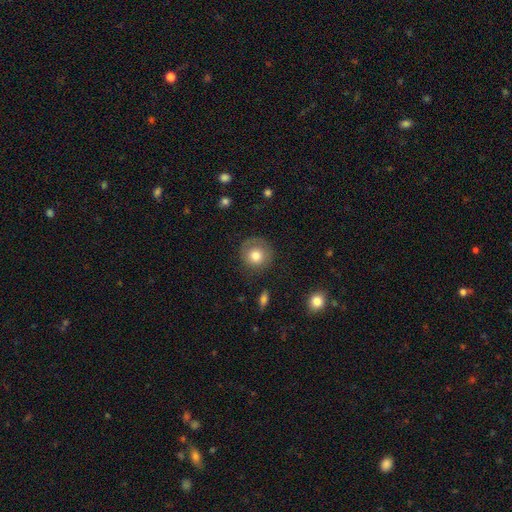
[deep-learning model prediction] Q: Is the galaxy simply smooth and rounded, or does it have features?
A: smooth — 72%.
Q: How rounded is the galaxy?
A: round — 92%.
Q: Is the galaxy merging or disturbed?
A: none — 74%.